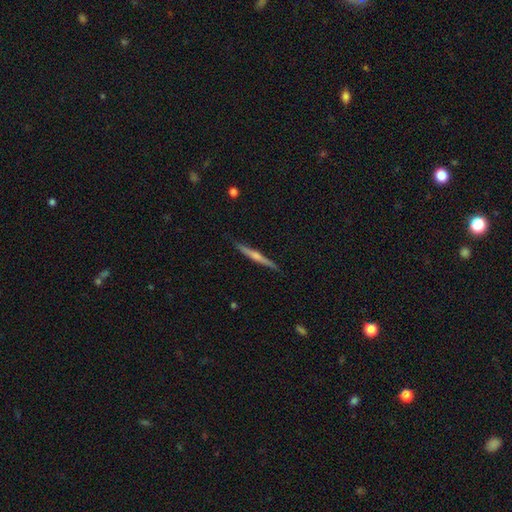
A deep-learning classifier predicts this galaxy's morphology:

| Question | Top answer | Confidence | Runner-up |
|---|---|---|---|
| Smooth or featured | featured or disk | 73% | smooth (21%) |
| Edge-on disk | yes | 98% | no (2%) |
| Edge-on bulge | rounded | 71% | none (21%) |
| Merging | none | 91% | minor disturbance (6%) |